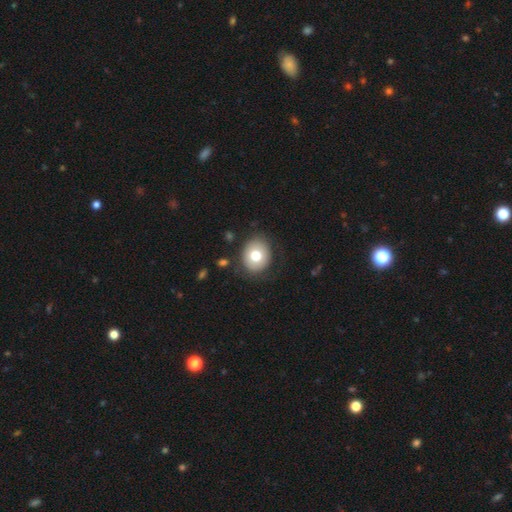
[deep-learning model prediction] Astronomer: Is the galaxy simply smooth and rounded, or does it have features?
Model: smooth — 74%.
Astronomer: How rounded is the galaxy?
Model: round — 66%.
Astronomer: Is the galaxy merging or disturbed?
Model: none — 84%.